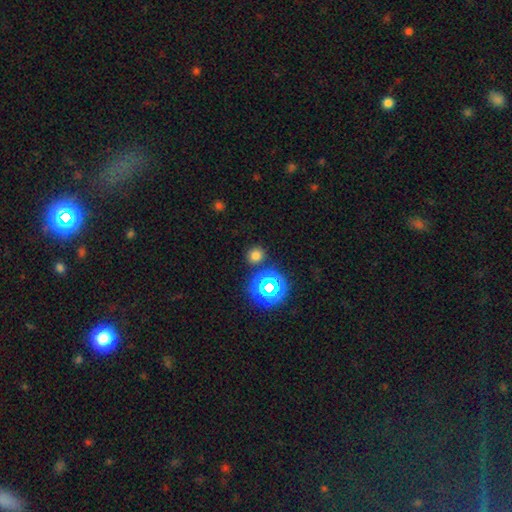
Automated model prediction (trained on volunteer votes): The model was most divided on "smooth or featured": smooth: 70%, star or artifact: 24%, featured or disk: 6%. More confident: how rounded — round (88%); merging — none (87%).